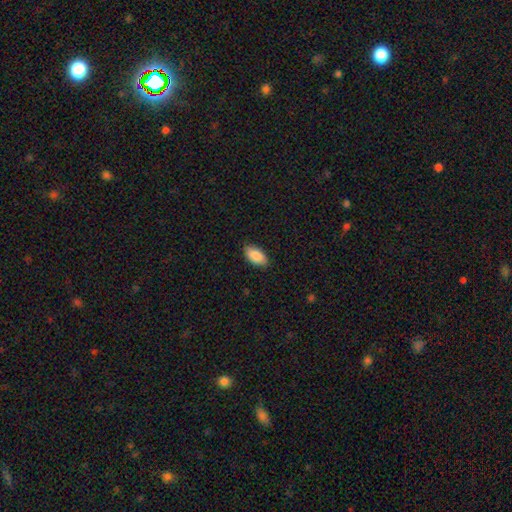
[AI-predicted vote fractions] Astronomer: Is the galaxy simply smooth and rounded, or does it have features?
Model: smooth — 87%.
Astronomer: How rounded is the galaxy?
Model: in between — 95%.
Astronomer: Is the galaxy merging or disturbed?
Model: none — 87%.